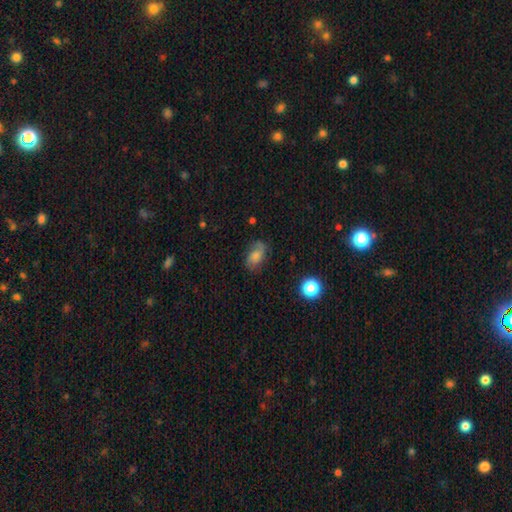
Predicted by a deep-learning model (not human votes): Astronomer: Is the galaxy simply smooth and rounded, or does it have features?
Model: smooth — 47% (runner-up: featured or disk, 40%).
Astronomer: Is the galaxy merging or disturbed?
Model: none — 69%.